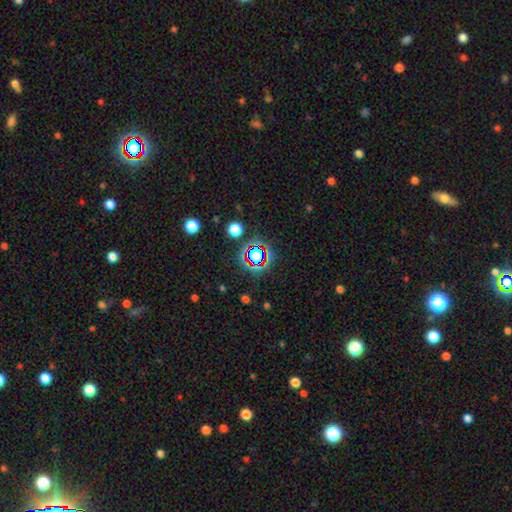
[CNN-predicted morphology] This is likely a star or artifact rather than a galaxy (62%).